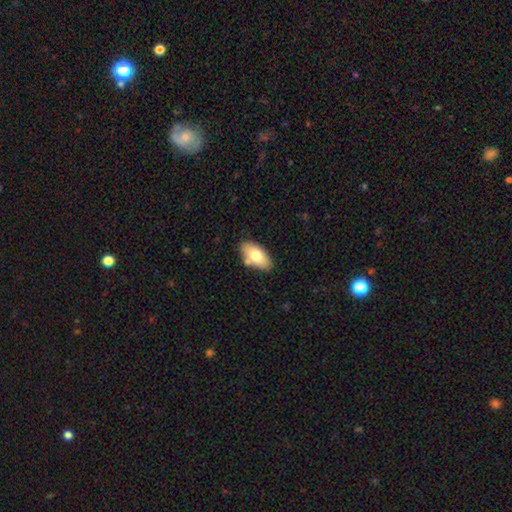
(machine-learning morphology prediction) type=smooth (75%); roundness=in between (93%); merging=none (75%).